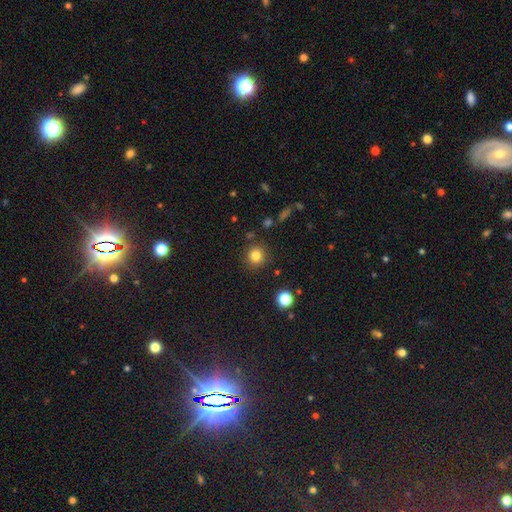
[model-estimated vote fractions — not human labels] Overall: smooth (81%). How rounded: round (92%). Merging: none (86%).